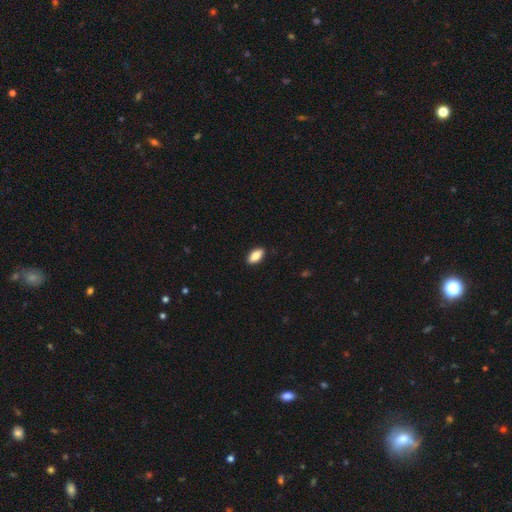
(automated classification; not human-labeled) Smooth or featured? Predicted: smooth (p=0.86). How rounded? Predicted: in between (p=0.90). Merging? Predicted: none (p=0.90).